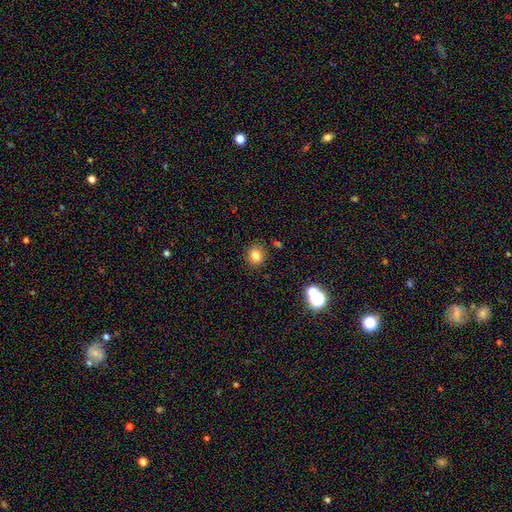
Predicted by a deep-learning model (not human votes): A smooth galaxy with no disk features (79%) that is round (85%). Merging: none (87%).